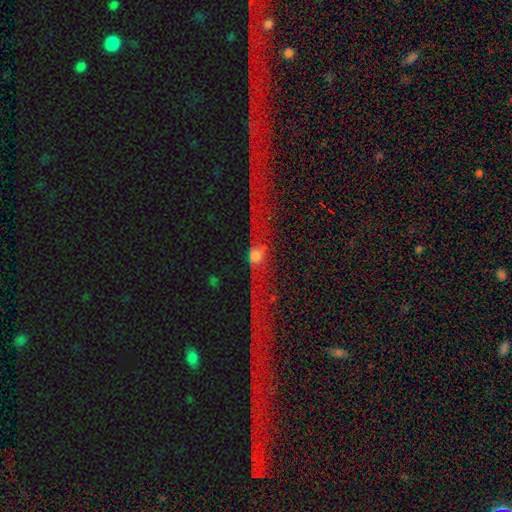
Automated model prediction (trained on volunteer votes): Smooth or featured? featured or disk (51%)
Edge-on disk? yes (60%)
Merging? none (50%)